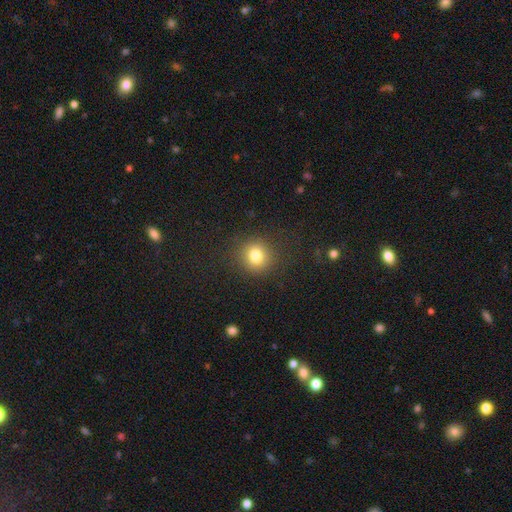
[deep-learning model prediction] smooth_or_featured: smooth (p=0.81) [alt: star or artifact p=0.12]
how_rounded: round (p=0.86) [alt: in between p=0.13]
merging: none (p=0.88) [alt: minor disturbance p=0.07]